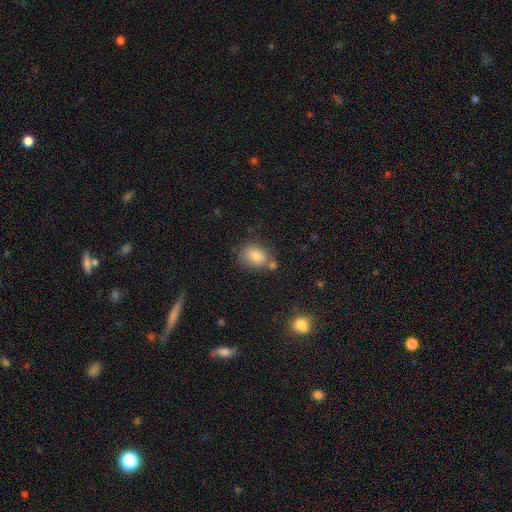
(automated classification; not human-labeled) This appears to be a smooth galaxy with no disk features (83%) that is in between round and cigar-shaped (71%). Merging: none (62%).